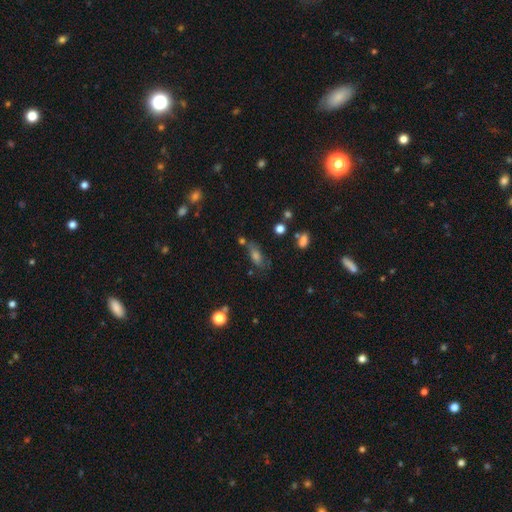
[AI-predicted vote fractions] The model was most divided on "smooth or featured": smooth: 56%, star or artifact: 23%, featured or disk: 21%. More confident: how rounded — in between (69%); merging — none (59%).